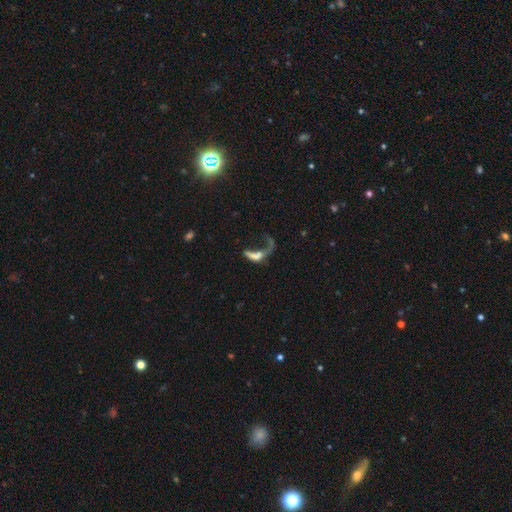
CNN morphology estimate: This is possibly a featured or disk galaxy (47%). Merging: possibly major disturbance (51%).